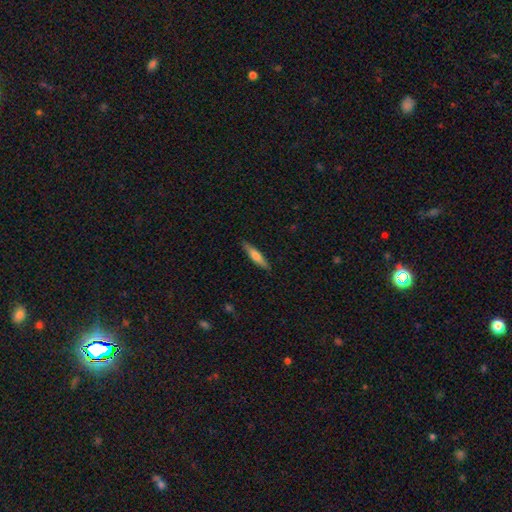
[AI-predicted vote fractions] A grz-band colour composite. It shows a smooth galaxy with no disk features (63%) that is cigar-shaped (83%). Merging: none (88%).